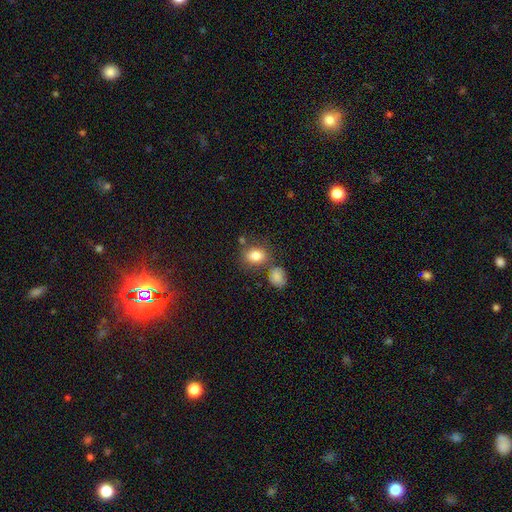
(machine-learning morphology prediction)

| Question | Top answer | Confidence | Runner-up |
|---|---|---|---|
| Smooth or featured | smooth | 82% | star or artifact (10%) |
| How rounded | in between | 62% | round (37%) |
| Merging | none | 65% | merger (16%) |